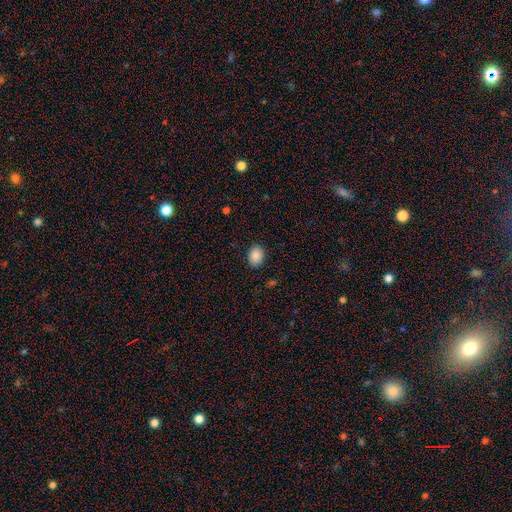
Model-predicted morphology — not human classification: Smooth or featured? Predicted: smooth (p=0.88). How rounded? Predicted: in between (p=0.68). Merging? Predicted: none (p=0.88).